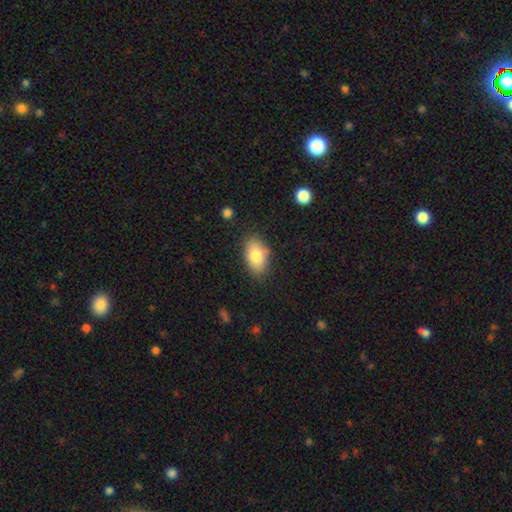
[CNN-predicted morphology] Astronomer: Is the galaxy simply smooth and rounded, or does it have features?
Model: smooth — 81%.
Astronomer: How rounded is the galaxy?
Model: in between — 91%.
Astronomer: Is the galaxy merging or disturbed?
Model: none — 80%.